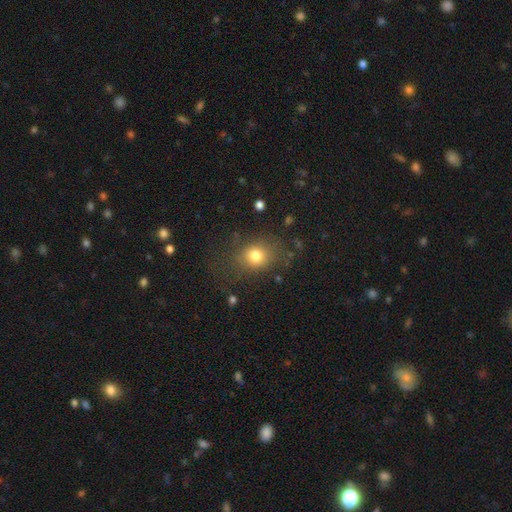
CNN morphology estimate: Q: Smooth or featured?
A: smooth (77%); runner-up: star or artifact (13%)
Q: How rounded?
A: round (63%); runner-up: in between (36%)
Q: Merging?
A: none (71%); runner-up: minor disturbance (16%)